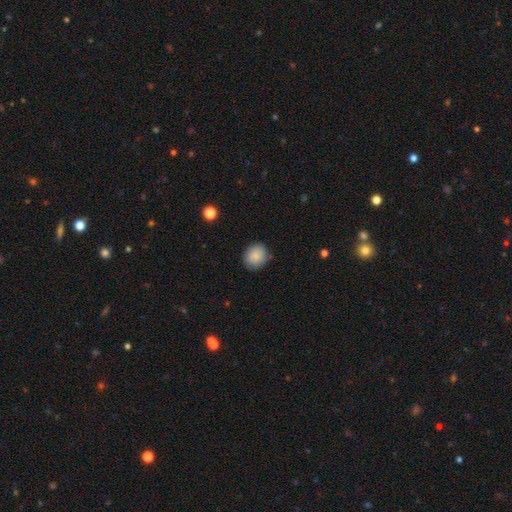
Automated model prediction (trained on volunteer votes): This is clearly a smooth galaxy (87%). How rounded: likely round (69%). Merging: clearly none (85%).